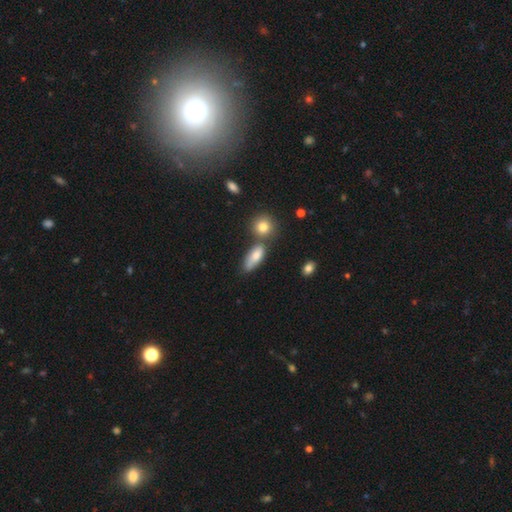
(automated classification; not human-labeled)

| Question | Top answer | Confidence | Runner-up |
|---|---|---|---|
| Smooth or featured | smooth | 76% | featured or disk (16%) |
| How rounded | in between | 73% | cigar-shaped (20%) |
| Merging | none | 54% | merger (22%) |